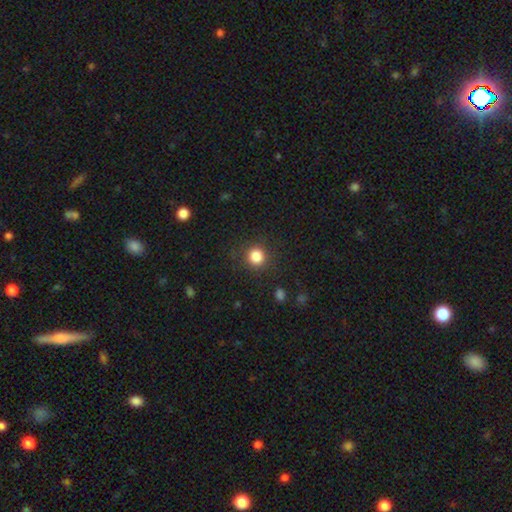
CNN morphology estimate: A smooth galaxy with no disk features (85%) that is round (90%). Merging: none (87%).